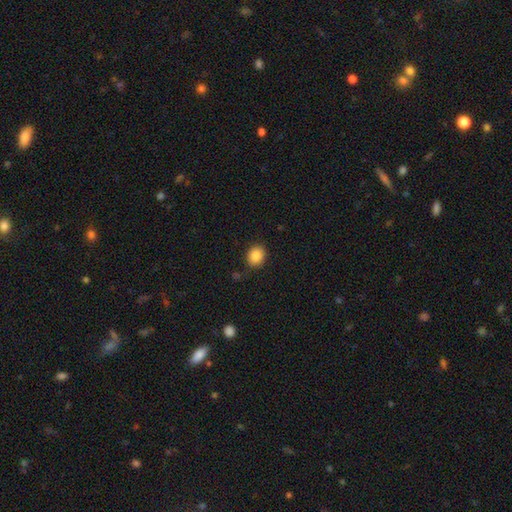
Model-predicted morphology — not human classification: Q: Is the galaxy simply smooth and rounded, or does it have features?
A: smooth — 87%.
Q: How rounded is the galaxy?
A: round — 63%.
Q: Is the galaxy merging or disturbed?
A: none — 85%.